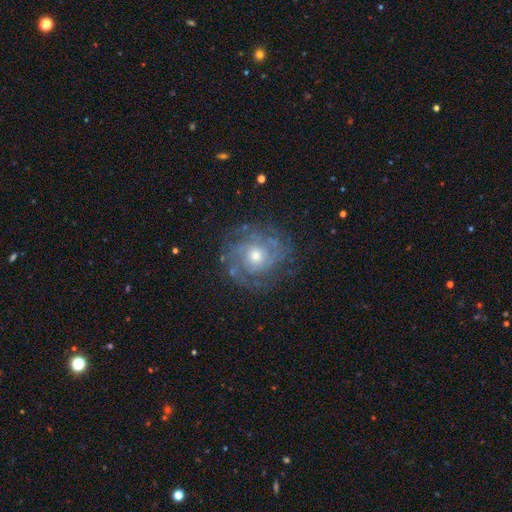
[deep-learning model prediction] smooth-or-featured: featured or disk: 82% | smooth: 11% | star or artifact: 7%
  disk-edge-on: no: 97% | yes: 3%
    bar: no: 80% | weak: 17% | strong: 3%
    has-spiral-arms: yes: 92% | no: 8%
      spiral-winding: tight: 66% | medium: 27% | loose: 7%
      spiral-arm-count: can't tell: 35% | 2: 26% | 3: 19% | 4: 9% | more than 4: 6% | 1: 6%
    bulge-size: moderate: 62% | small: 31% | large: 5% | none: 1% | dominant: 1%
  merging: none: 76% | minor disturbance: 15% | major disturbance: 8% | merger: 1%